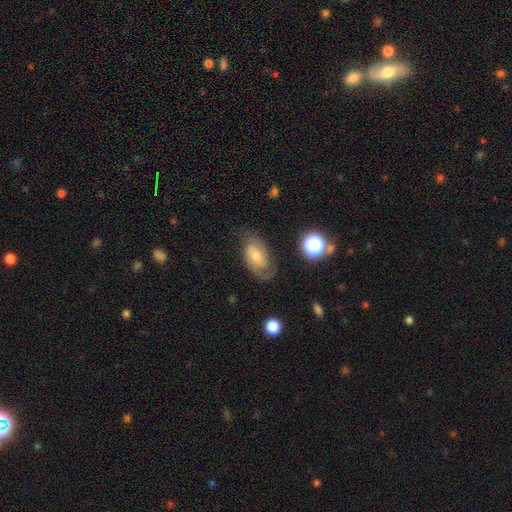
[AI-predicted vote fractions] smooth_or_featured: featured or disk (p=0.60) [alt: smooth p=0.30]
disk_edge_on: no (p=0.94) [alt: yes p=0.06]
bar: no (p=0.63) [alt: weak p=0.31]
has_spiral_arms: yes (p=0.86) [alt: no p=0.14]
bulge_size: moderate (p=0.46) [alt: small p=0.42]
merging: none (p=0.63) [alt: minor disturbance p=0.22]